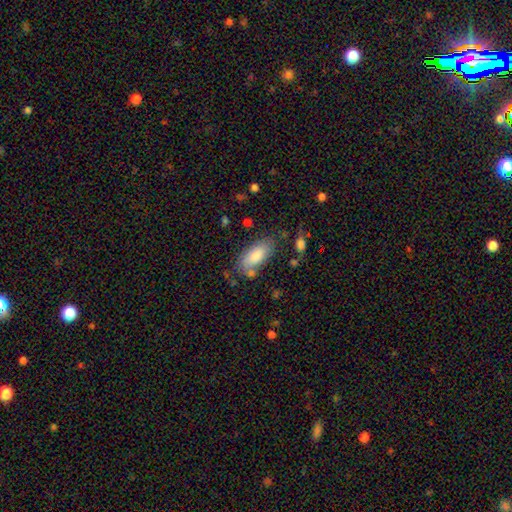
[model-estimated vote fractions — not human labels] This is clearly a smooth galaxy (82%). How rounded: clearly in between (90%). Merging: likely none (65%).